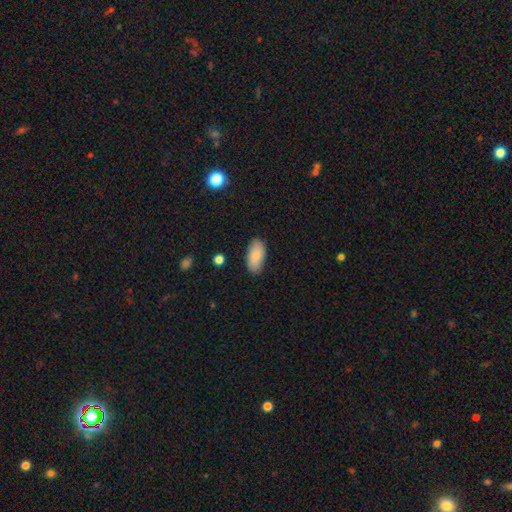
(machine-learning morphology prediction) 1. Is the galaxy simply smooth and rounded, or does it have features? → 86% smooth, 8% featured or disk, 6% star or artifact.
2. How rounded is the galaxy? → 93% in between, 5% cigar-shaped, 2% round.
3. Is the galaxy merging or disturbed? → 86% none, 11% minor disturbance, 2% major disturbance, 1% merger.